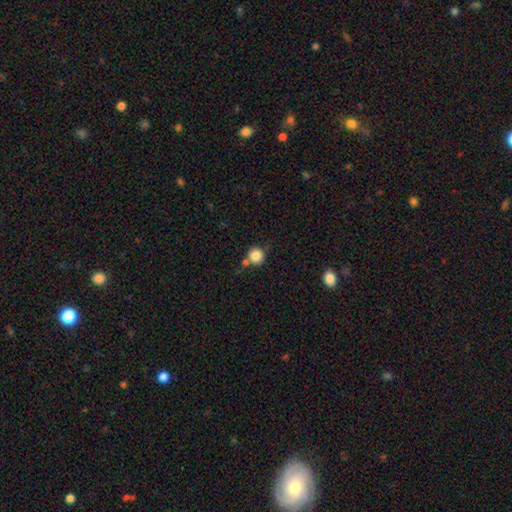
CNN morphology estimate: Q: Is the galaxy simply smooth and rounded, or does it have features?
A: smooth — 84%.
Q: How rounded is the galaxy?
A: round — 94%.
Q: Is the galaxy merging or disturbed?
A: none — 66%.